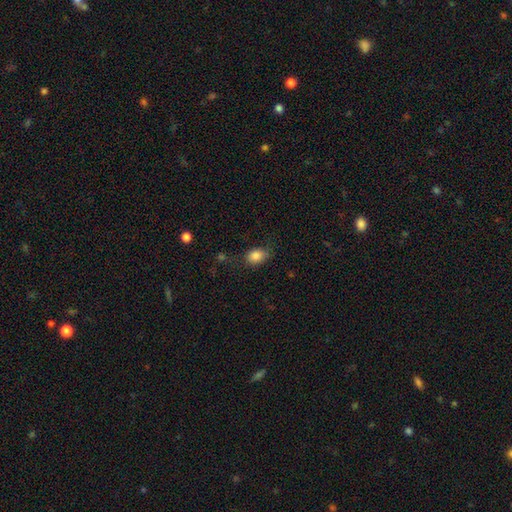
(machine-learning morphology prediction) A smooth galaxy with no disk features (85%) that is in between round and cigar-shaped (71%).

Vote fractions:
- Smooth or featured? smooth: 85% / star or artifact: 9% / featured or disk: 6%
- How rounded? in between: 71% / round: 27% / cigar-shaped: 1%
- Merging? none: 69% / minor disturbance: 22% / major disturbance: 7% / merger: 2%